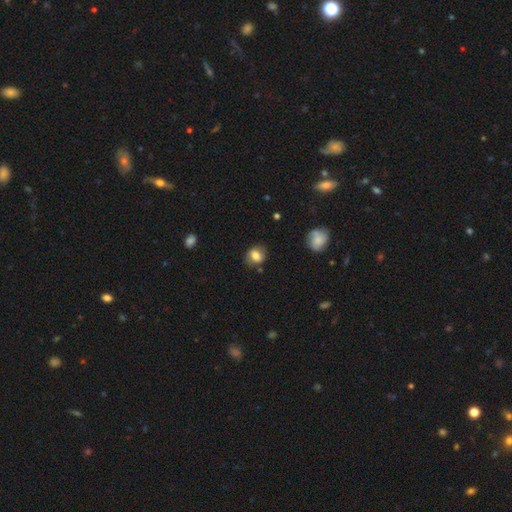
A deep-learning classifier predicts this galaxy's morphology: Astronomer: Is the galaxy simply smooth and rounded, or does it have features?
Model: smooth — 71%.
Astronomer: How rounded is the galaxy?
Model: round — 50% (runner-up: in between, 49%).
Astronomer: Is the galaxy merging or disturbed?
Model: none — 72%.